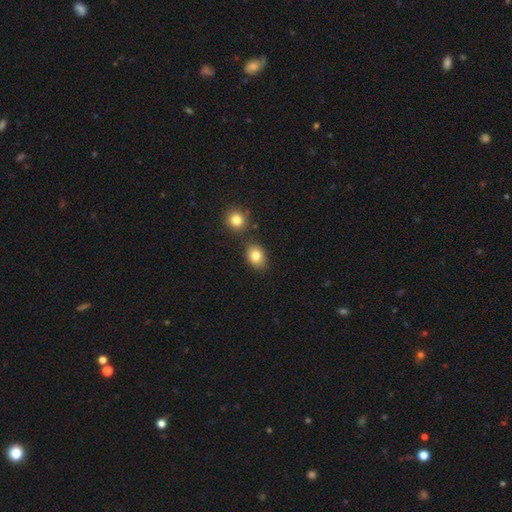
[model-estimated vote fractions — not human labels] Morphology: type=smooth (82%); roundness=in between (61%); merging=none (77%).